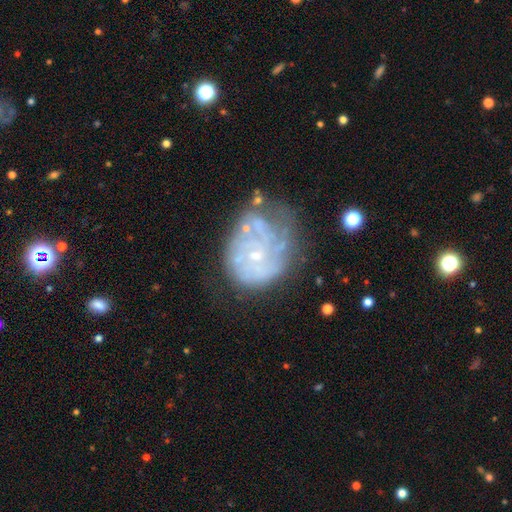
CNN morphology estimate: Overall: featured or disk (75%). Edge-on disk: no (98%). Bar: no (80%). Spiral arms: yes (73%). Spiral arm count: can't tell (50%; 3 15%). Spiral winding: tight (59%; medium 28%). Bulge size: small (75%). Merging: none (43%; minor disturbance 26%).